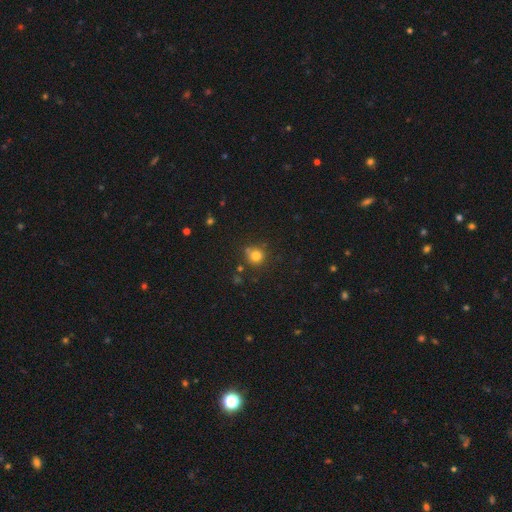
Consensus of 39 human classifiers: smooth-or-featured: smooth: 82% | featured or disk: 10% | star or artifact: 8%
  how-rounded: round: 94% | in between: 6% | cigar-shaped: 0%
  merging: none: 83% | minor disturbance: 8% | major disturbance: 8% | merger: 0%